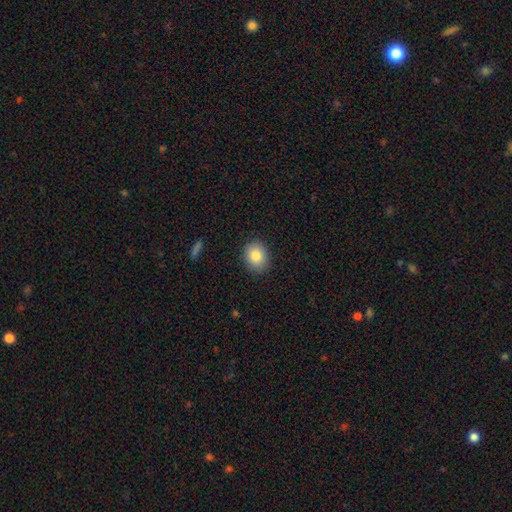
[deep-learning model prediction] The model was most divided on "how rounded": round: 61%, in between: 38%, cigar-shaped: 1%. More confident: merging — none (88%); smooth or featured — smooth (82%).